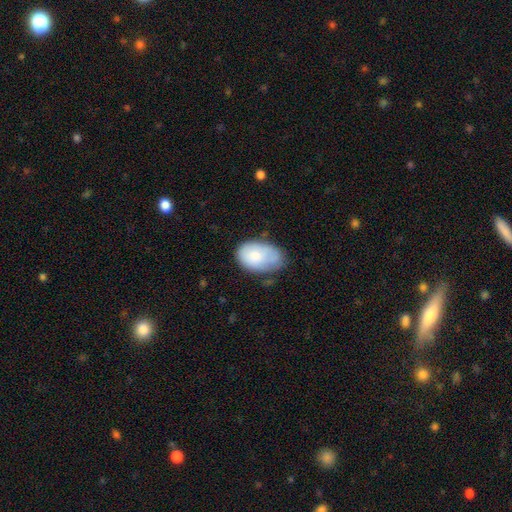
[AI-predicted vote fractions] Smooth or featured: smooth — 79% (featured or disk — 14%)
How rounded: in between — 90% (round — 9%)
Merging: none — 50% (minor disturbance — 37%)